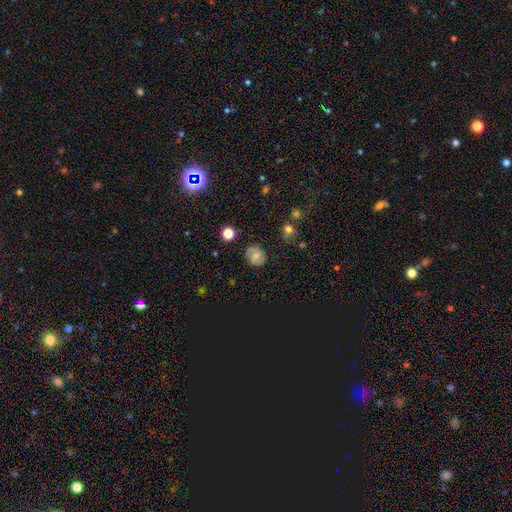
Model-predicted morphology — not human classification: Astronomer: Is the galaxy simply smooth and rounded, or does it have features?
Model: smooth — 45% (runner-up: featured or disk, 41%).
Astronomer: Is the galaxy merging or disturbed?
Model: none — 80%.